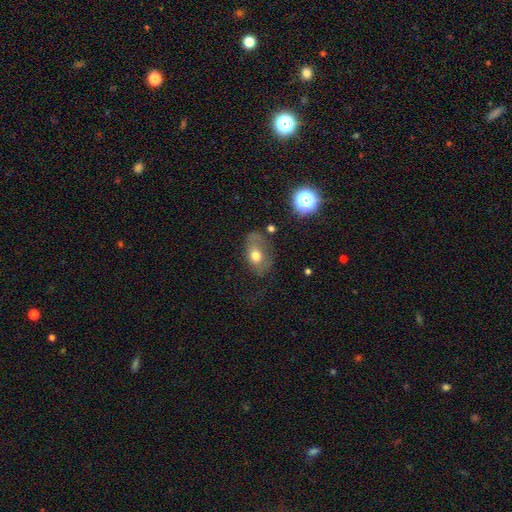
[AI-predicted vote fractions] The model was most divided on "merging": none: 39%, minor disturbance: 28%, major disturbance: 28%, merger: 4%. More confident: how rounded — in between (76%); smooth or featured — smooth (65%).